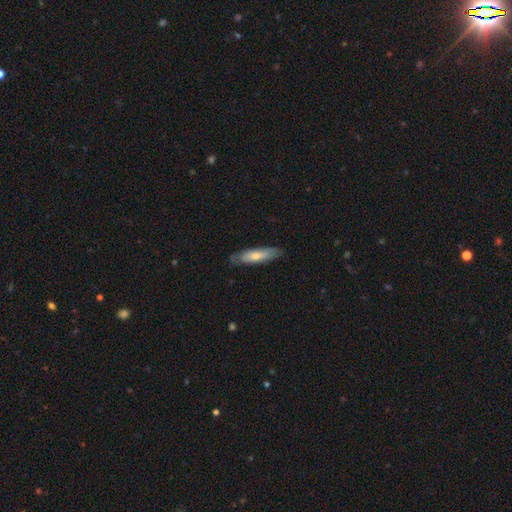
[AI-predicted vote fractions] Smooth or featured: smooth — 58% (featured or disk — 36%)
How rounded: cigar-shaped — 73% (in between — 25%)
Merging: none — 80% (minor disturbance — 16%)